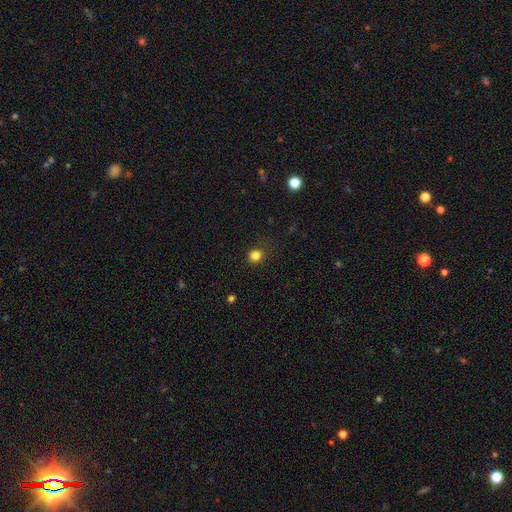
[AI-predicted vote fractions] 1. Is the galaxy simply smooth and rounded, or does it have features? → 82% smooth, 14% star or artifact, 4% featured or disk.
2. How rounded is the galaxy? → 88% round, 11% in between, 1% cigar-shaped.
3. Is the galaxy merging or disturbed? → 87% none, 9% minor disturbance, 3% major disturbance, 1% merger.